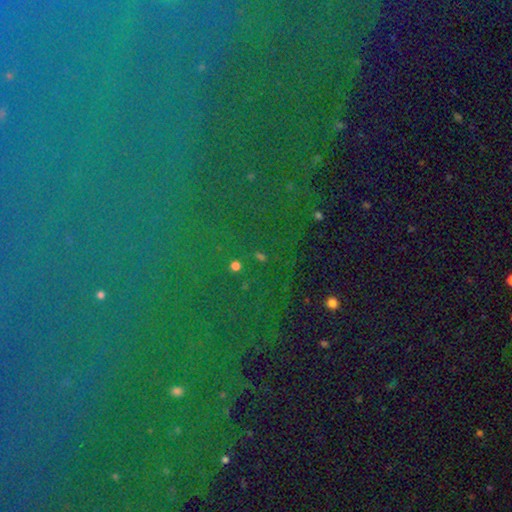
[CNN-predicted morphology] The model was most divided on "smooth or featured": star or artifact: 85%, smooth: 8%, featured or disk: 7%.